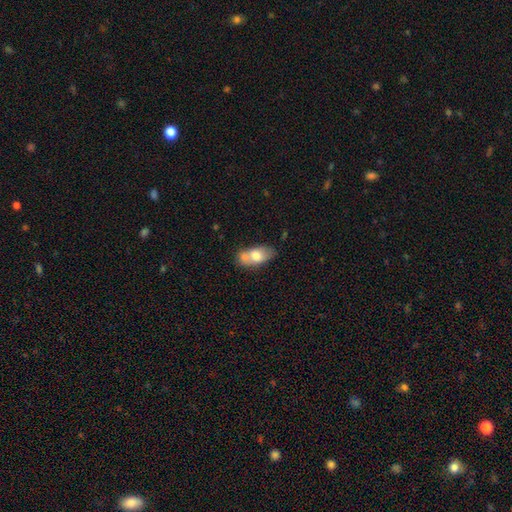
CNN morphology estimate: Overall: smooth (67%). How rounded: in between (87%). Merging: none (40%; merger 36%).